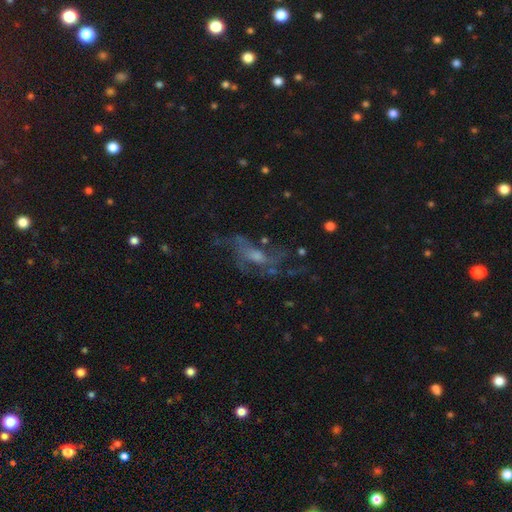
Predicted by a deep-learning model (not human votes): Smooth or featured? featured or disk (69%)
Edge-on disk? no (93%)
Bar? no (59%)
Spiral arms? yes (71%)
Bulge size? moderate (41%)
Merging? none (42%)